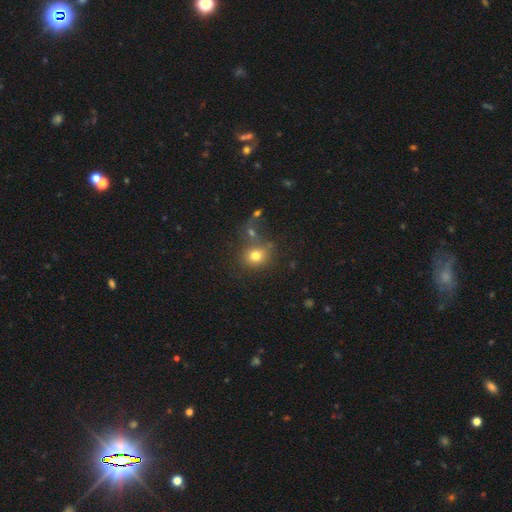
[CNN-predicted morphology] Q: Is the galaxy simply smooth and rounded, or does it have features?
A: smooth — 75%.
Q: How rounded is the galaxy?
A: round — 78%.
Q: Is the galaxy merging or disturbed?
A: none — 58%.